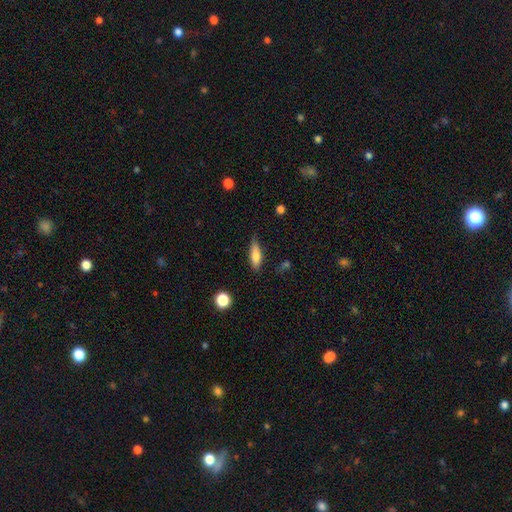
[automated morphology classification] A smooth galaxy with no disk features (77%) that is cigar-shaped (50%). Merging: none (73%).